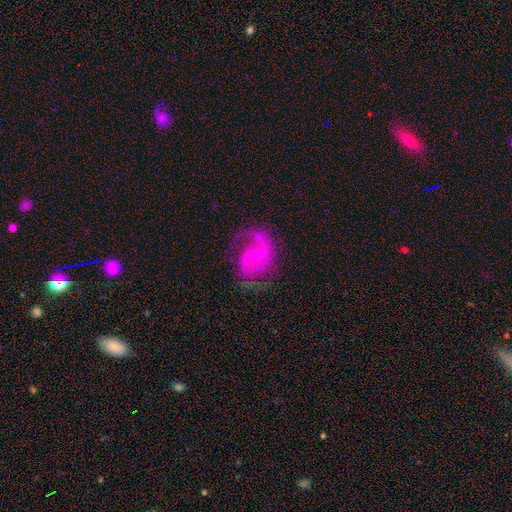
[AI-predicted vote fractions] featured or disk 86%, smooth 9%, star or artifact 6%. Down the decision tree: edge-on disk — no (98%); bar — weak (49%); spiral arms — yes (94%); spiral arm count — 2 (69%); spiral winding — medium (53%); bulge size — small (61%); merging — none (64%).